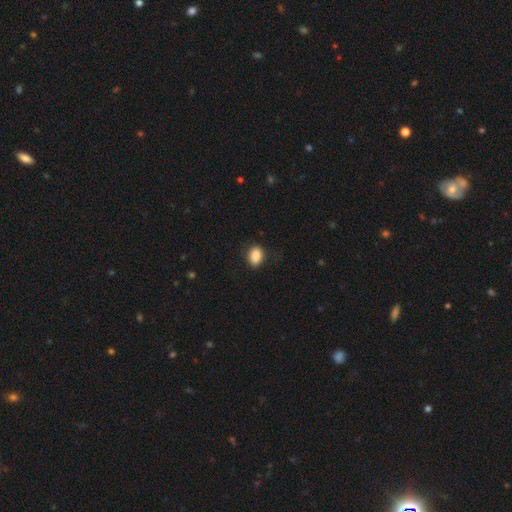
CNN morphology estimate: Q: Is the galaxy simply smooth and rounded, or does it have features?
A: smooth — 88%.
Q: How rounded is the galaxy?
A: in between — 76%.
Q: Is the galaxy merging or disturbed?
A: none — 82%.